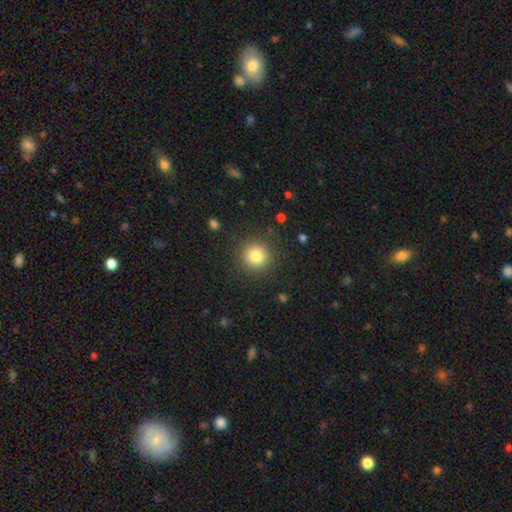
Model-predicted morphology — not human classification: This appears to be a smooth galaxy with no disk features (82%) that is round (93%). Merging: none (88%).